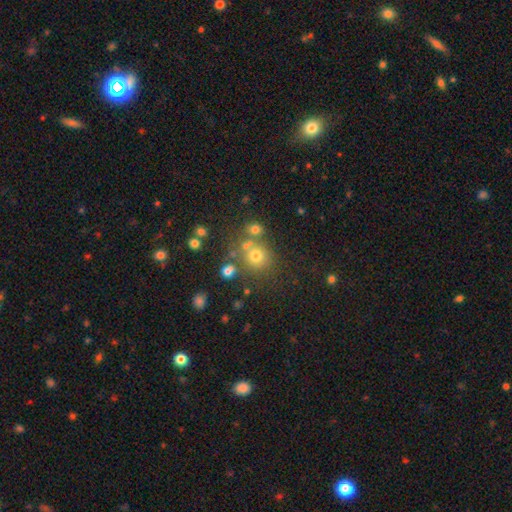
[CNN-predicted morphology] Smooth or featured? smooth (69%)
How rounded? round (86%)
Merging? none (67%)